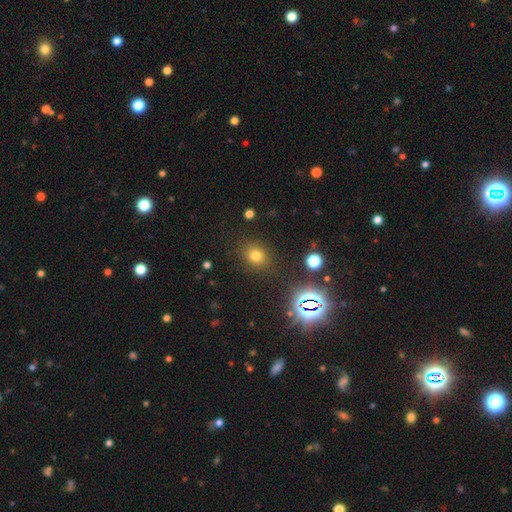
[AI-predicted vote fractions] Smooth or featured?
  - smooth: 71% *
  - star or artifact: 21%
  - featured or disk: 8%
How rounded?
  - round: 62% *
  - in between: 37%
  - cigar-shaped: 1%
Merging?
  - none: 84% *
  - minor disturbance: 10%
  - major disturbance: 4%
  - merger: 3%